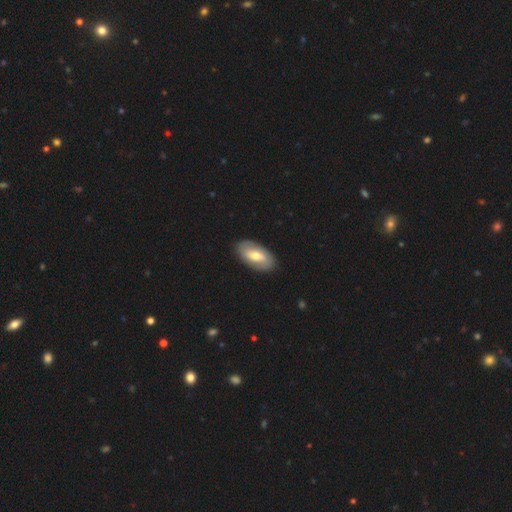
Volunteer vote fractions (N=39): A featured or disk galaxy (62%) with a weak bar (41%), 2 (58%) tight (33%, tied with medium and loose) spiral arms (55%) and a moderate central bulge (73%).

Vote fractions:
- Smooth or featured? featured or disk: 62% / smooth: 38% / star or artifact: 0%
- Edge-on disk? no: 92% / yes: 8%
- Bar? weak: 41% / strong: 32% / no: 27%
- Spiral arms? yes: 55% / no: 45%
- Spiral winding? tight: 33% (tied) / medium: 33% (tied) / loose: 33% (tied)
- Spiral arm count? 2: 58% / can't tell: 42% / 1: 0% / 3: 0% / 4: 0% / more than 4: 0%
- Bulge size? moderate: 73% / small: 23% / large: 5% / dominant: 0% / none: 0%
- Merging? none: 79% / minor disturbance: 18% / major disturbance: 3% / merger: 0%